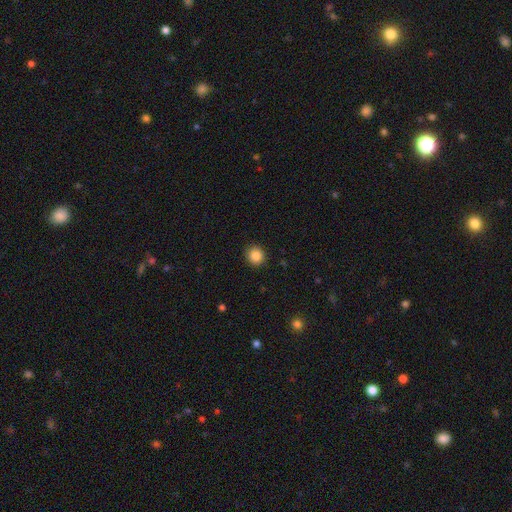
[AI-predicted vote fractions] smooth-or-featured: smooth: 87% | star or artifact: 10% | featured or disk: 3%
  how-rounded: round: 89% | in between: 10% | cigar-shaped: 1%
  merging: none: 90% | minor disturbance: 7% | major disturbance: 2% | merger: 1%